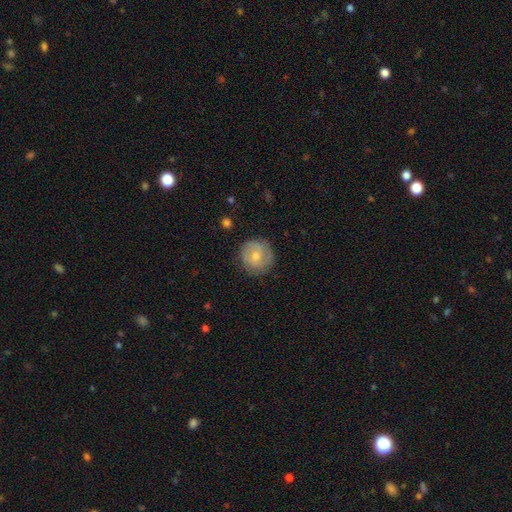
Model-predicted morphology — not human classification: smooth 55%, featured or disk 39%, star or artifact 7%. Down the decision tree: how rounded — round (92%); merging — none (80%).